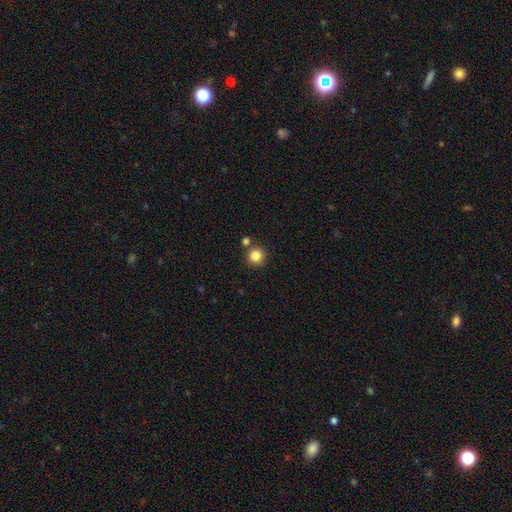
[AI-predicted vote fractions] A smooth galaxy with no disk features (84%) that is round (95%). Merging: none (81%).